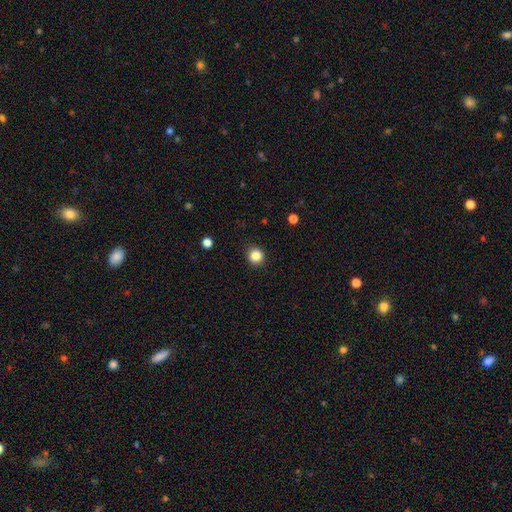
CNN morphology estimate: The model was most divided on "smooth or featured": smooth: 85%, star or artifact: 11%, featured or disk: 4%. More confident: how rounded — round (92%); merging — none (92%).